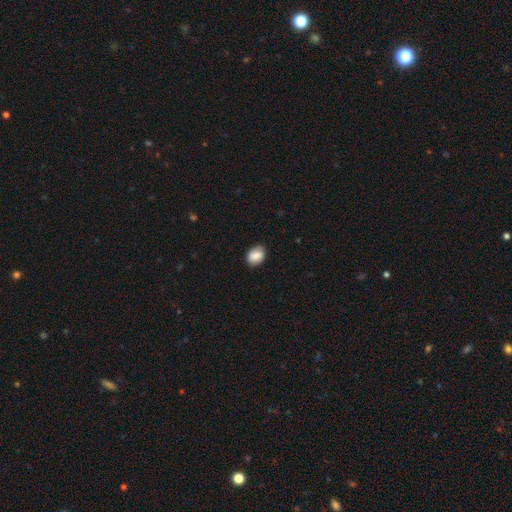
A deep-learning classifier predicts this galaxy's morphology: type=smooth (81%); roundness=in between (75%); merging=none (80%).